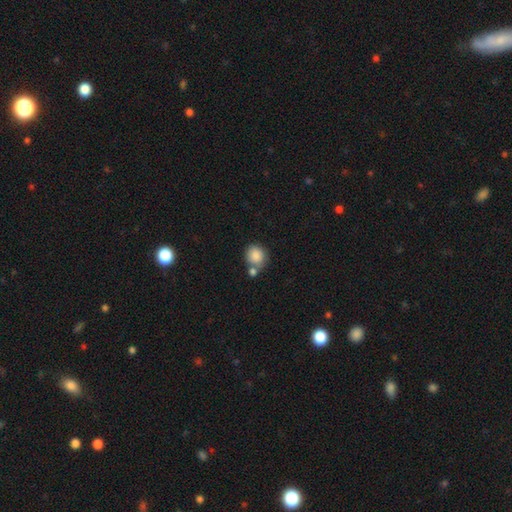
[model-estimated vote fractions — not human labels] Overall: smooth (86%). How rounded: round (82%). Merging: none (52%; merger 31%).